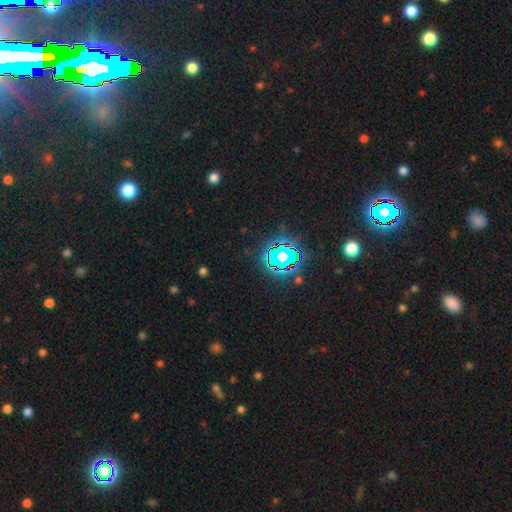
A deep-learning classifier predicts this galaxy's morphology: star or artifact 80%, smooth 12%, featured or disk 8%.